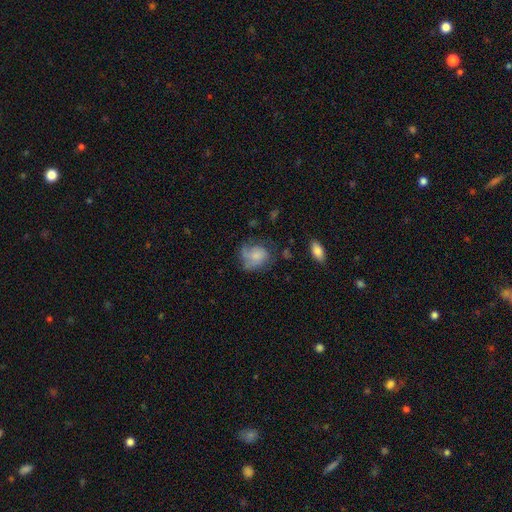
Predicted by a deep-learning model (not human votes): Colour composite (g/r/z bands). It shows a smooth galaxy with no disk features (57%) that is round (54%). Merging: none (46%).